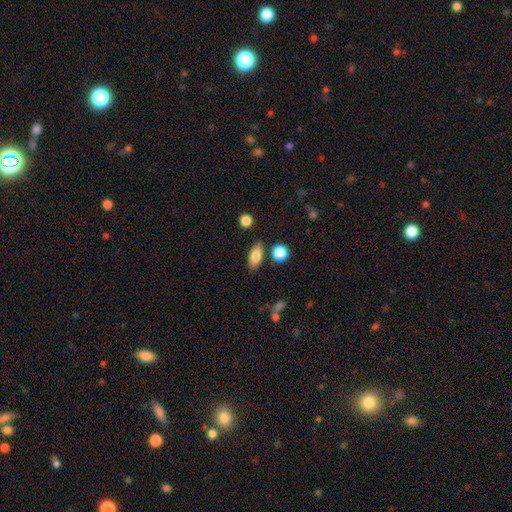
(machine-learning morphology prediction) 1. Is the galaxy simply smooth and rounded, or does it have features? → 81% smooth, 11% featured or disk, 8% star or artifact.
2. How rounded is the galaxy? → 81% in between, 12% cigar-shaped, 7% round.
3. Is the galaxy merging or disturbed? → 80% none, 11% minor disturbance, 5% merger, 3% major disturbance.